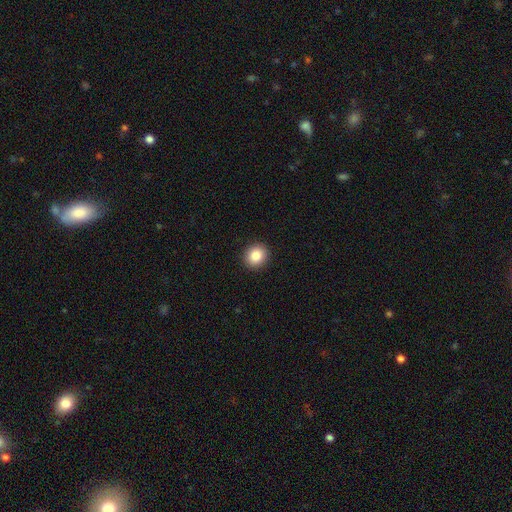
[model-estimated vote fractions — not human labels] Smooth or featured? Predicted: smooth (p=0.86). How rounded? Predicted: round (p=0.82). Merging? Predicted: none (p=0.92).